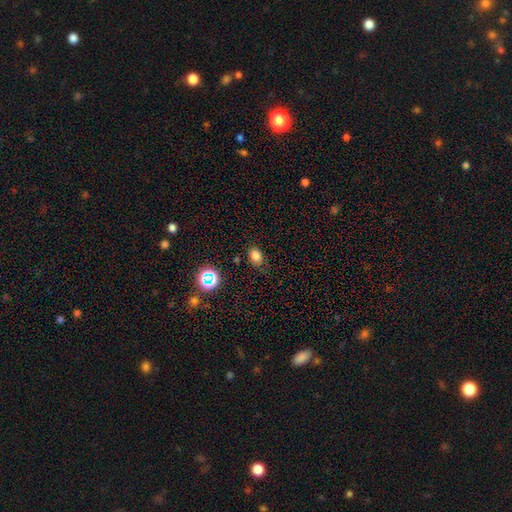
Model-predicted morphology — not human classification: Overall: smooth (78%). How rounded: in between (70%). Merging: none (74%).